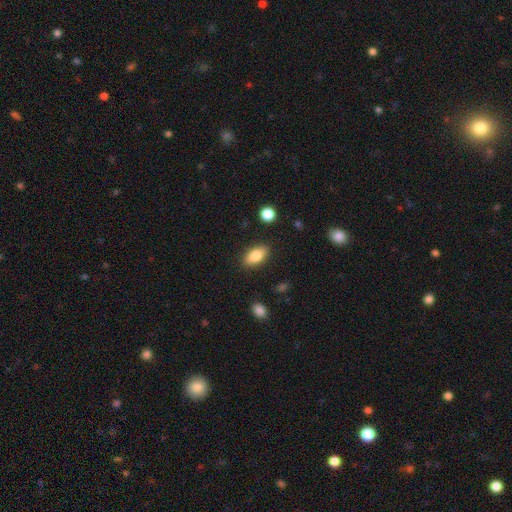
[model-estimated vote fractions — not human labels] This is clearly a smooth galaxy (81%). How rounded: clearly in between (88%). Merging: clearly none (86%).